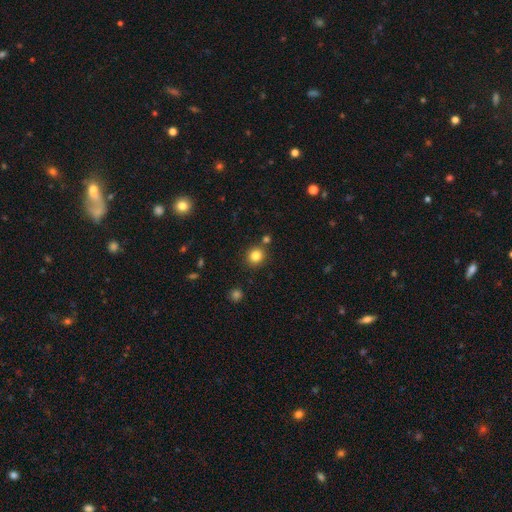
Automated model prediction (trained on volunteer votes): Smooth or featured? smooth (83%)
How rounded? round (86%)
Merging? none (83%)